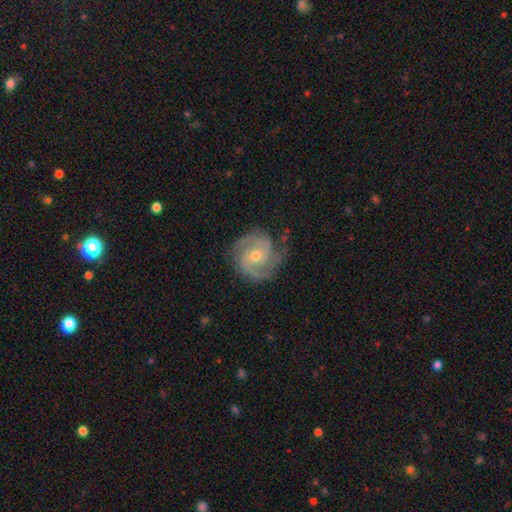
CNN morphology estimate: The model was most divided on "bulge size": moderate: 51%, small: 46%, large: 1%, none: 1%, dominant: 1%. More confident: spiral arms — yes (98%); edge-on disk — no (98%); smooth or featured — featured or disk (91%); merging — none (78%); spiral arm count — 2 (70%); bar — no (58%); spiral winding — tight (51%).